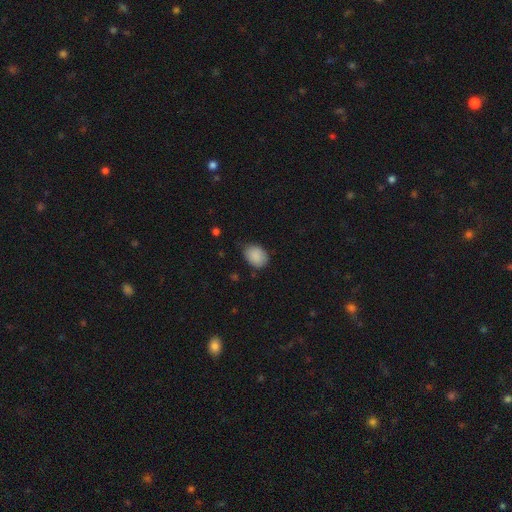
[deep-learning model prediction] smooth 89%, star or artifact 7%, featured or disk 4%. Down the decision tree: how rounded — in between (63%); merging — none (71%).